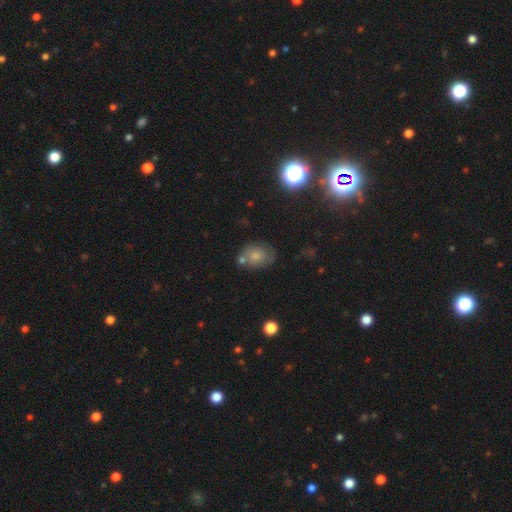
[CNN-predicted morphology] Q: Smooth or featured?
A: smooth (70%); runner-up: featured or disk (19%)
Q: How rounded?
A: in between (61%); runner-up: round (37%)
Q: Merging?
A: none (56%); runner-up: minor disturbance (21%)